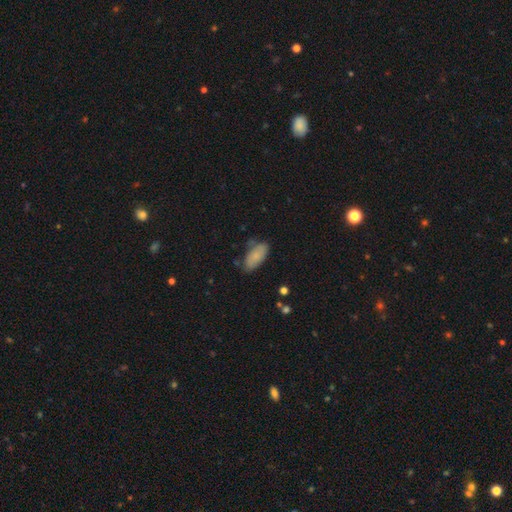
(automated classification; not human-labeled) Smooth or featured: smooth — 79% (featured or disk — 14%)
How rounded: in between — 90% (cigar-shaped — 8%)
Merging: none — 65% (minor disturbance — 25%)